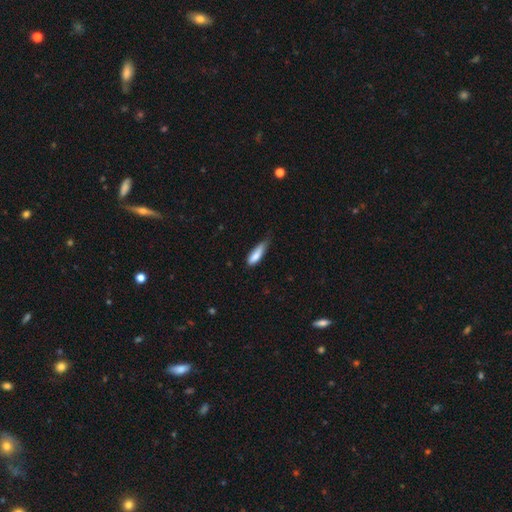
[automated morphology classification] Smooth or featured? Predicted: smooth (p=0.82). How rounded? Predicted: in between (p=0.50). Merging? Predicted: minor disturbance (p=0.50).